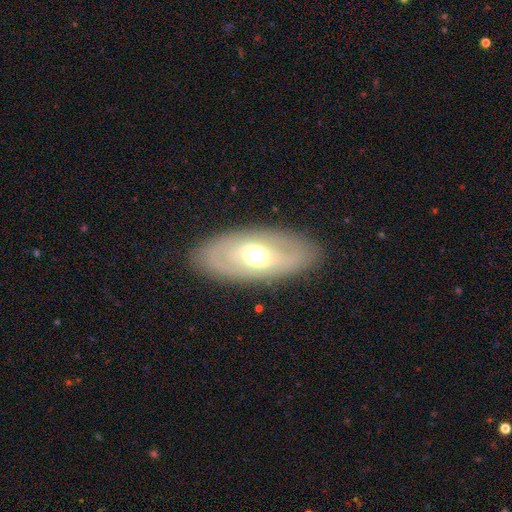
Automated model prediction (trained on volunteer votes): The model was most divided on "spiral arms" (2-way tie): no: 50%, yes: 50%. Remaining: edge-on disk — no (87%); merging — none (84%); bulge size — moderate (68%); smooth or featured — featured or disk (65%); bar — no (49%).